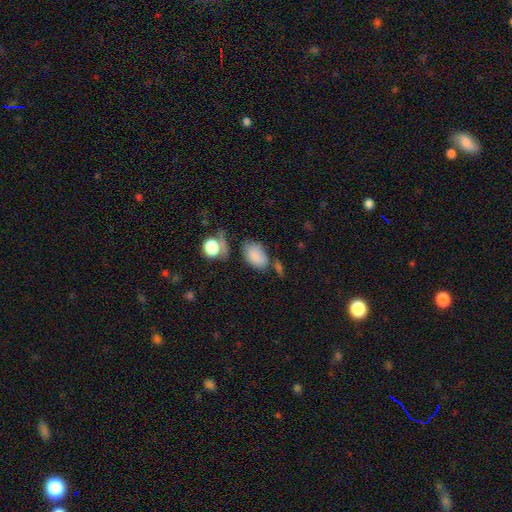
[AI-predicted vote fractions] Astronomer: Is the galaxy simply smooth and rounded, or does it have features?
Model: smooth — 82%.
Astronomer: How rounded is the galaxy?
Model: in between — 88%.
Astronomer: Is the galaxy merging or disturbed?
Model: none — 58%.